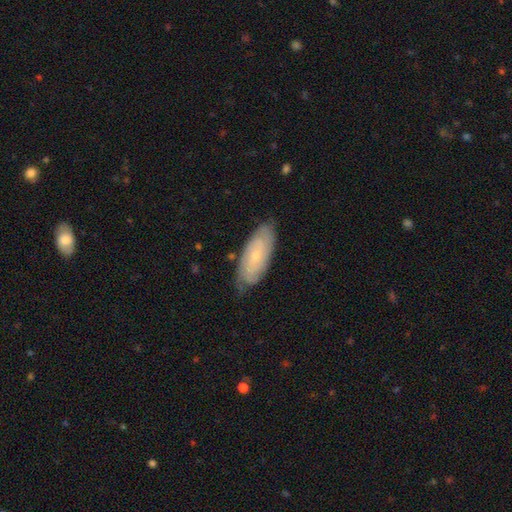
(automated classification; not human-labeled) Morphology: type=featured or disk (63%); edge-on=no (88%); bar=no (75%); spiral arms=yes (88%); bulge=small (76%); merging=none (75%).